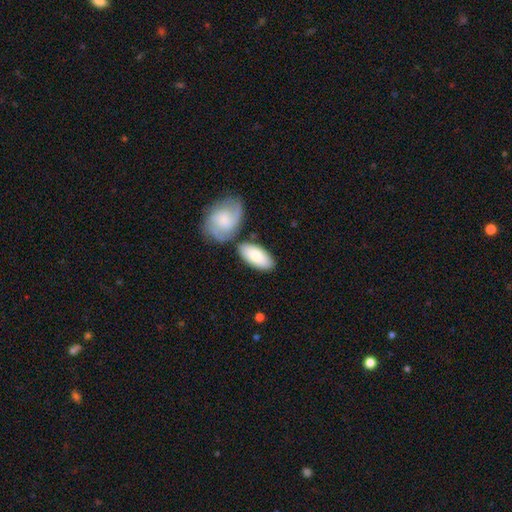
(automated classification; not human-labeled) smooth-or-featured: smooth: 76% | featured or disk: 19% | star or artifact: 5%
  how-rounded: in between: 89% | cigar-shaped: 9% | round: 3%
  merging: none: 64% | merger: 18% | minor disturbance: 14% | major disturbance: 4%